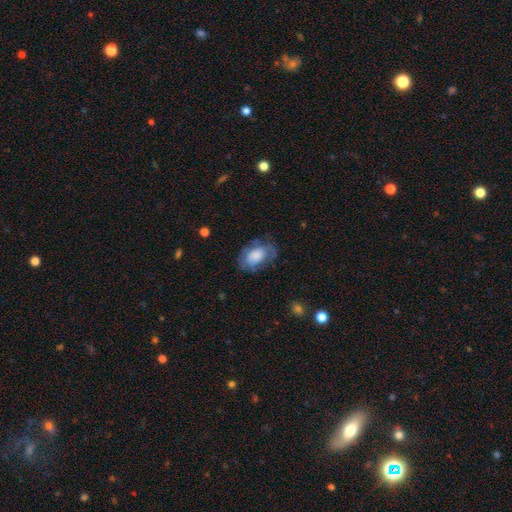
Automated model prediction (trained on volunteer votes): Morphology: type=smooth (60%); roundness=in between (85%); merging=none (60%).